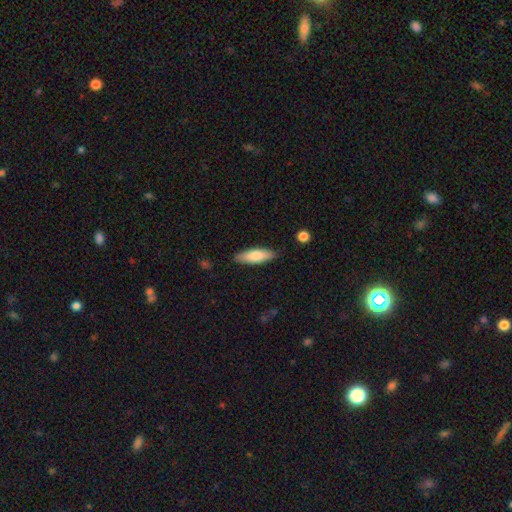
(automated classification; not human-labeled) Smooth or featured: smooth — 77% (featured or disk — 17%)
How rounded: in between — 52% (cigar-shaped — 46%)
Merging: none — 87% (minor disturbance — 10%)